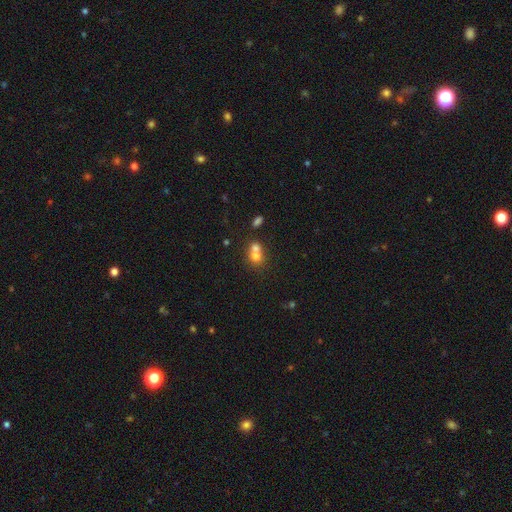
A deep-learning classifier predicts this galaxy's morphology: smooth-or-featured: smooth: 70% | featured or disk: 17% | star or artifact: 13%
  how-rounded: round: 67% | in between: 32% | cigar-shaped: 1%
  merging: merger: 65% | none: 27% | minor disturbance: 6% | major disturbance: 3%